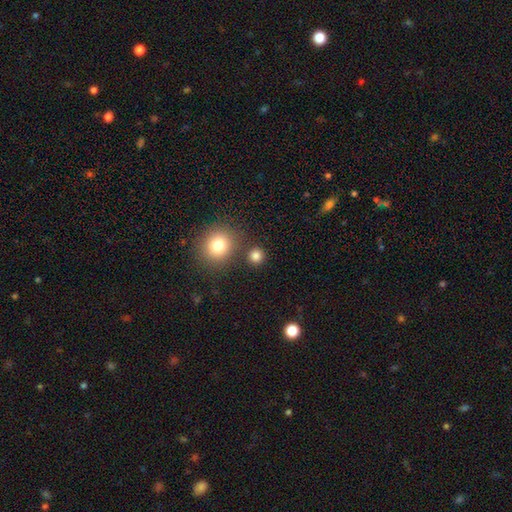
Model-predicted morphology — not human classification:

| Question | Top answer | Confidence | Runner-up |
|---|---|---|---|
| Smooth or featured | smooth | 82% | star or artifact (14%) |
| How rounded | round | 91% | in between (8%) |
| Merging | none | 83% | merger (8%) |